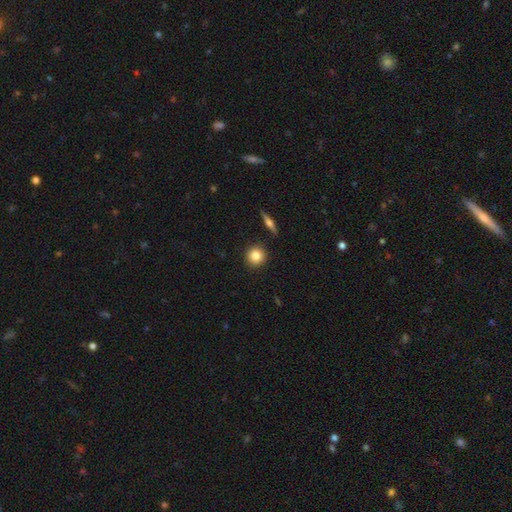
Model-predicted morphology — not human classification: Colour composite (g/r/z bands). It shows a smooth galaxy with no disk features (83%) that is round (92%). Merging: none (91%).